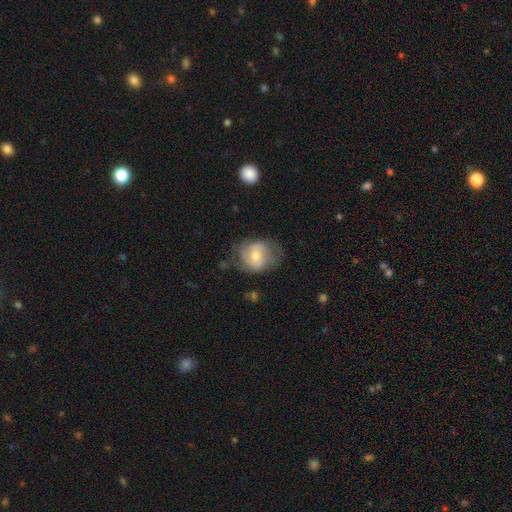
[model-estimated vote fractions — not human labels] smooth_or_featured: featured or disk (p=0.51) [alt: smooth p=0.41]
disk_edge_on: no (p=0.96) [alt: yes p=0.04]
merging: none (p=0.56) [alt: minor disturbance p=0.28]